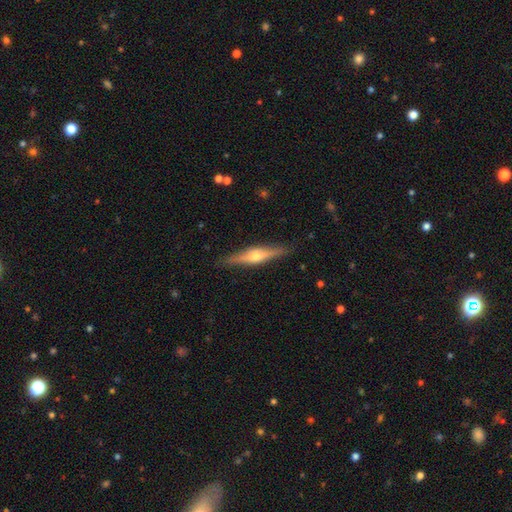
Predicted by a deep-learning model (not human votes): Smooth or featured? featured or disk (71%)
Edge-on disk? yes (97%)
Edge-on bulge? rounded (91%)
Merging? none (89%)